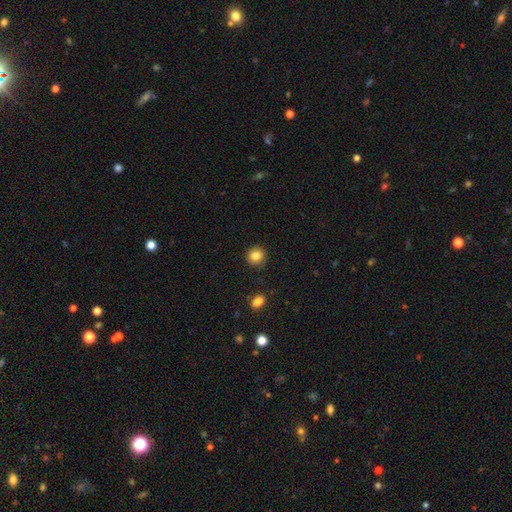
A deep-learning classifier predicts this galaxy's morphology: type=smooth (84%); roundness=round (89%); merging=none (89%).